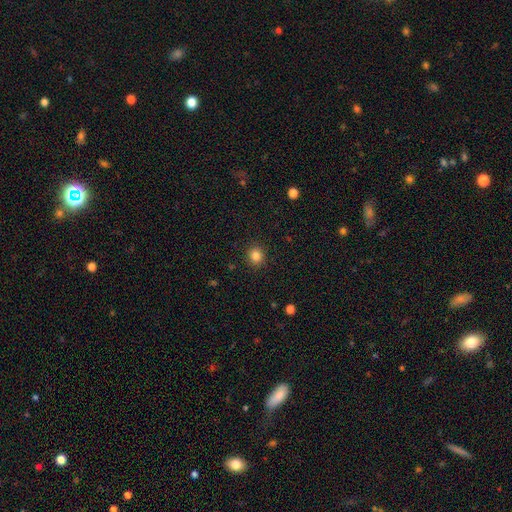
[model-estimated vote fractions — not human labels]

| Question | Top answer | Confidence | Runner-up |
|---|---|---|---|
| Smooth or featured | smooth | 84% | star or artifact (12%) |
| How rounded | round | 84% | in between (15%) |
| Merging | none | 91% | minor disturbance (6%) |